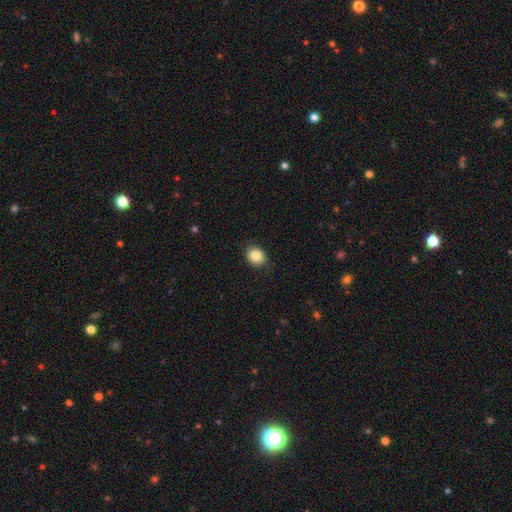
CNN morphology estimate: This appears to be a smooth galaxy with no disk features (84%) that is round (54%). Merging: none (84%).